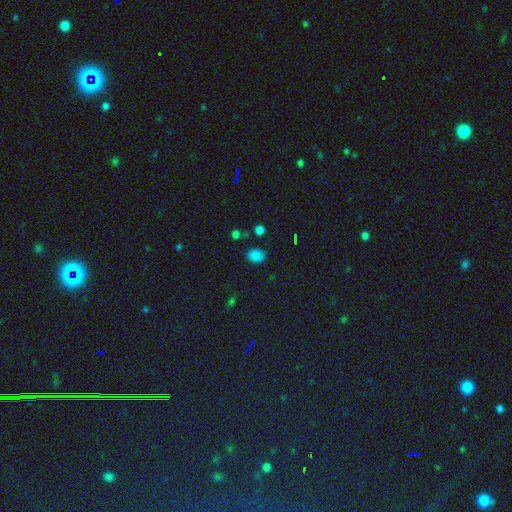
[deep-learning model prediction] Q: Smooth or featured?
A: smooth (77%); runner-up: star or artifact (19%)
Q: How rounded?
A: in between (66%); runner-up: round (33%)
Q: Merging?
A: none (78%); runner-up: minor disturbance (15%)